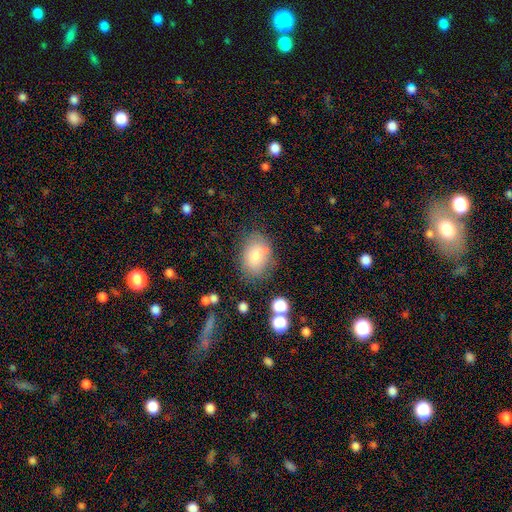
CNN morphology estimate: Smooth or featured? smooth (77%)
How rounded? in between (77%)
Merging? none (70%)